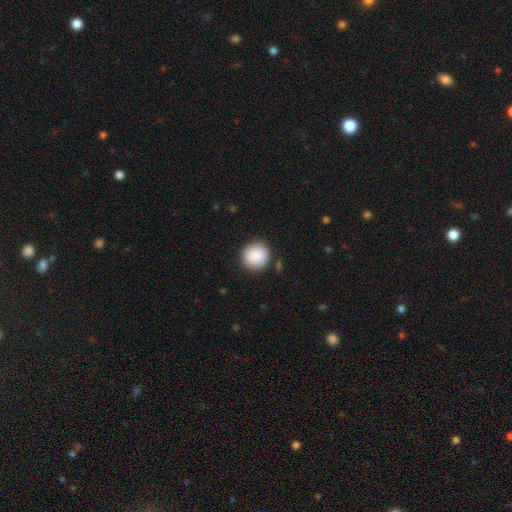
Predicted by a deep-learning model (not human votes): Morphology: type=smooth (89%); roundness=round (92%); merging=none (89%).